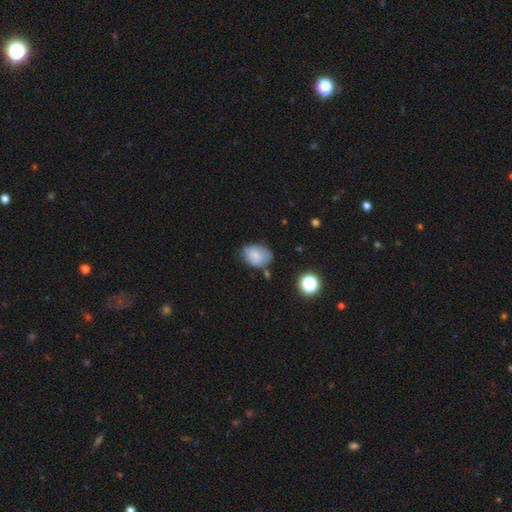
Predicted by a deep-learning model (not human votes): Smooth or featured?
  - smooth: 77% *
  - featured or disk: 13%
  - star or artifact: 10%
How rounded?
  - in between: 73% *
  - round: 26%
  - cigar-shaped: 1%
Merging?
  - none: 58% *
  - minor disturbance: 30%
  - major disturbance: 7%
  - merger: 5%